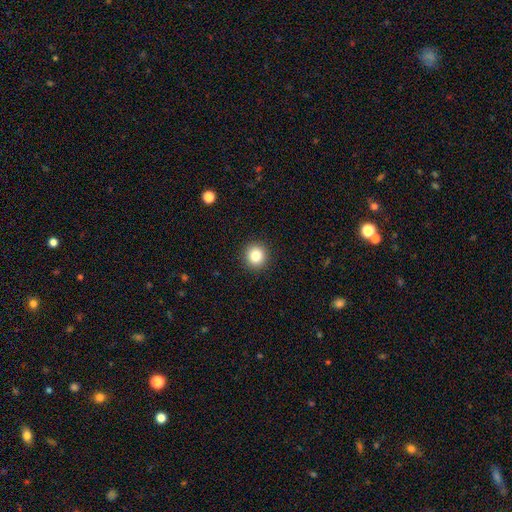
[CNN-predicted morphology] This appears to be a smooth galaxy with no disk features (83%) that is round (92%). Merging: none (92%).